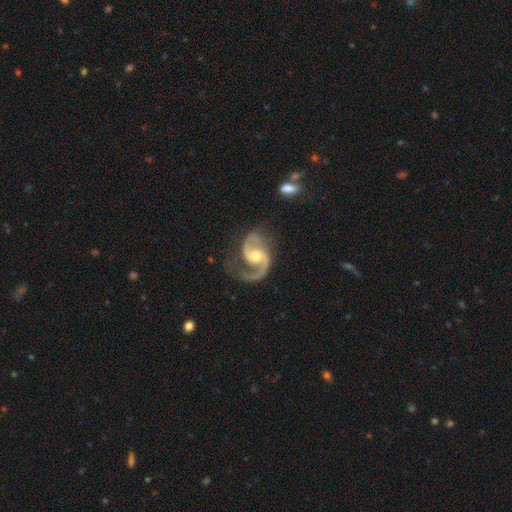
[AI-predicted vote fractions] featured or disk 93%, star or artifact 4%, smooth 3%. Down the decision tree: edge-on disk — no (98%); bar — no (52%); spiral arms — yes (98%); spiral arm count — 2 (88%); spiral winding — medium (56%); bulge size — moderate (65%); merging — none (66%).